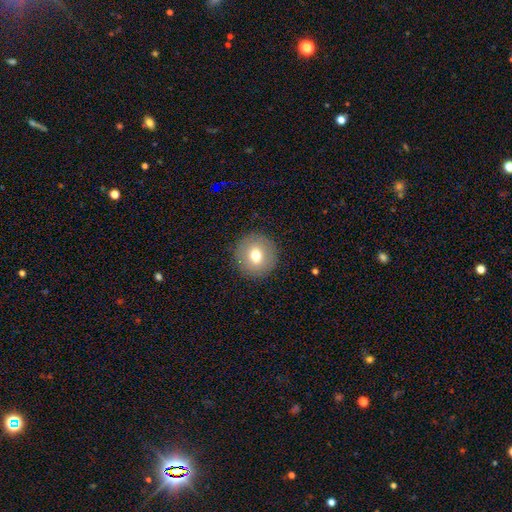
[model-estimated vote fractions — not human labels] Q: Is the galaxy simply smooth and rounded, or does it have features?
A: smooth — 72%.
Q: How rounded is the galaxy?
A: round — 94%.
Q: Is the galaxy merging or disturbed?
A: none — 91%.